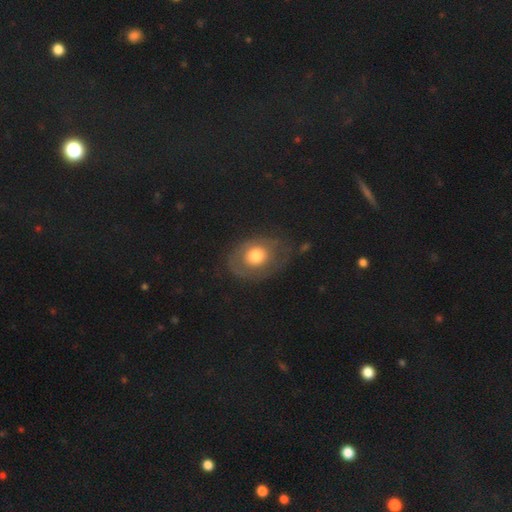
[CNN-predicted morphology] Overall: smooth (50%; featured or disk 43%). Merging: none (65%).